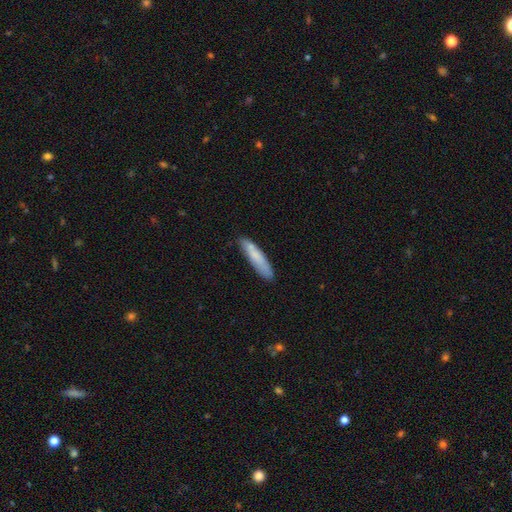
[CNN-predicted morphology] Q: Smooth or featured?
A: smooth (76%); runner-up: featured or disk (17%)
Q: How rounded?
A: cigar-shaped (80%); runner-up: in between (19%)
Q: Merging?
A: none (78%); runner-up: minor disturbance (17%)